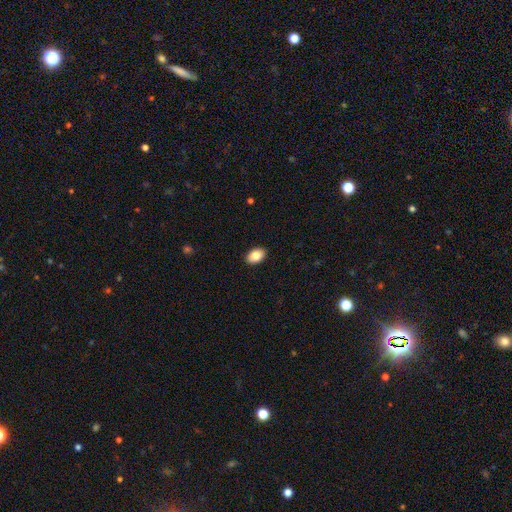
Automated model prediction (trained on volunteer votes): Smooth or featured? smooth (84%)
How rounded? in between (88%)
Merging? none (91%)